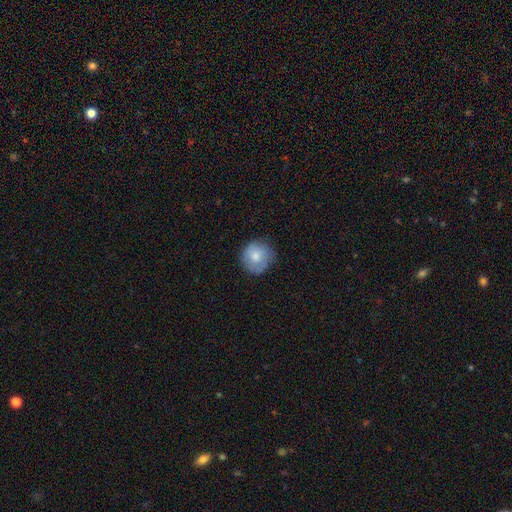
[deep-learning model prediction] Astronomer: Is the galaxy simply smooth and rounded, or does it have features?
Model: smooth — 76%.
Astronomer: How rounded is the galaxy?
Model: round — 91%.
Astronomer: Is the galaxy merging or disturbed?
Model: none — 74%.